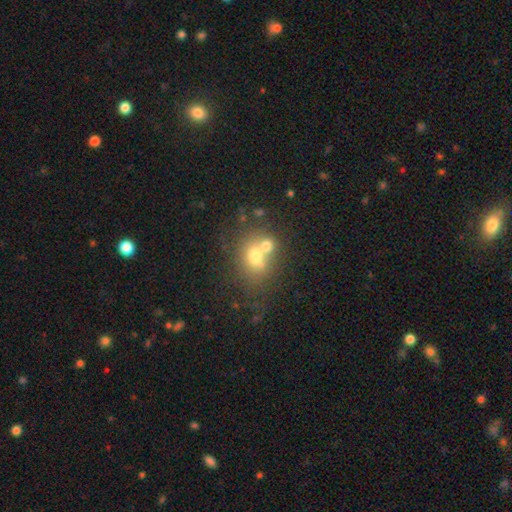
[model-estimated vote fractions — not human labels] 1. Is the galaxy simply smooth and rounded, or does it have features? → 65% smooth, 21% featured or disk, 14% star or artifact.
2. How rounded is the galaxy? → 60% round, 39% in between, 1% cigar-shaped.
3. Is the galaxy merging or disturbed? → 48% merger, 37% none, 10% minor disturbance, 5% major disturbance.